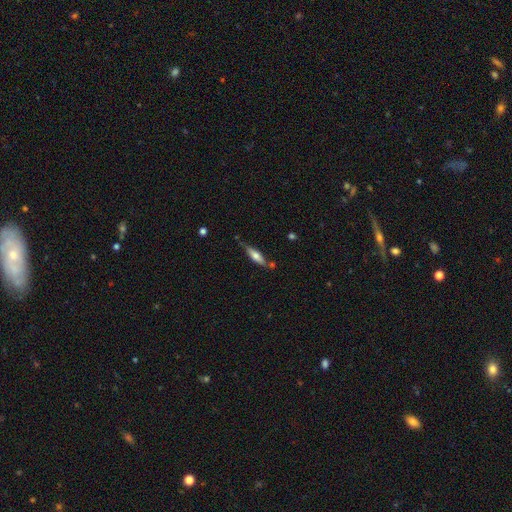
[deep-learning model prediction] This appears to be a smooth galaxy with no disk features (53%) that is cigar-shaped (65%). Merging: none (66%).